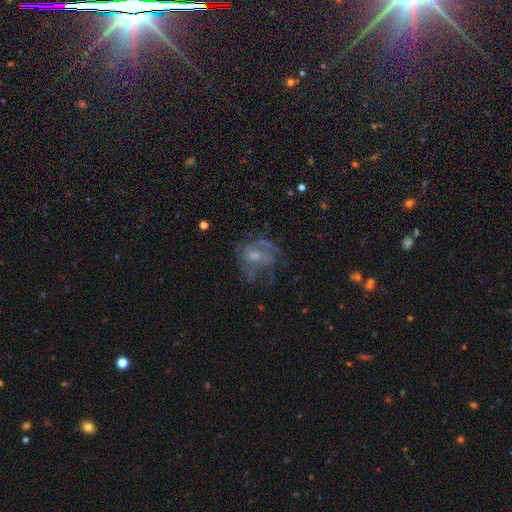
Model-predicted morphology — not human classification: This appears to be a featured or disk galaxy (66%) with no bar (63%), spiral arms (62%) and a small central bulge (43%). Merging: none (48%).